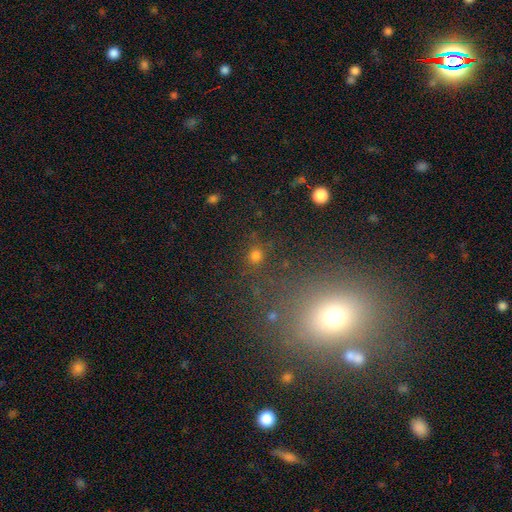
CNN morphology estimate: Smooth or featured? Predicted: smooth (p=0.70). How rounded? Predicted: round (p=0.88). Merging? Predicted: none (p=0.80).